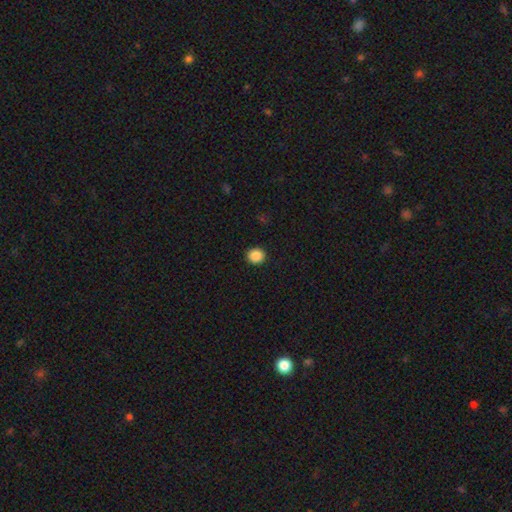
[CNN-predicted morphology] Smooth or featured? smooth (88%)
How rounded? round (85%)
Merging? none (92%)